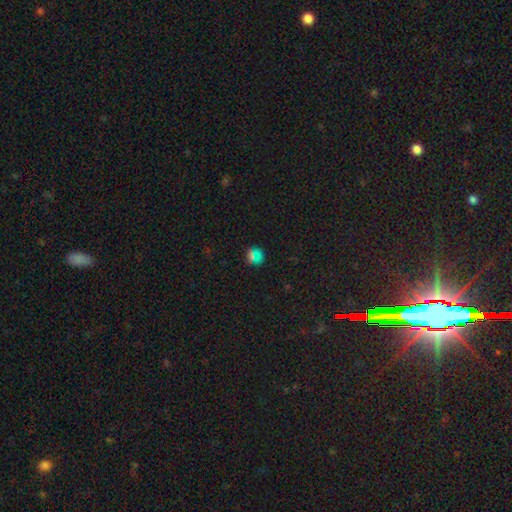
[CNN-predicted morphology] smooth-or-featured: smooth: 65% | star or artifact: 27% | featured or disk: 8%
  how-rounded: round: 88% | in between: 10% | cigar-shaped: 2%
  merging: none: 82% | minor disturbance: 10% | merger: 4% | major disturbance: 4%